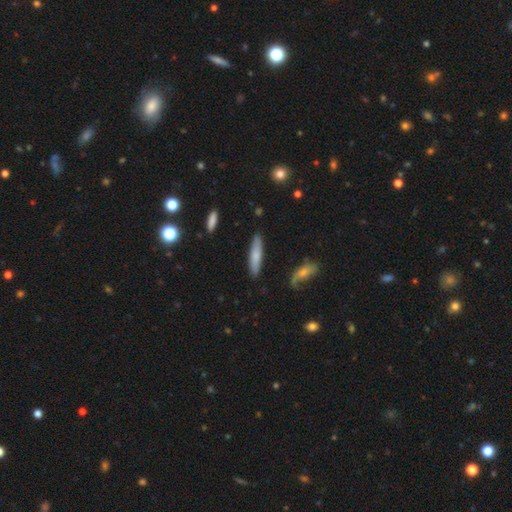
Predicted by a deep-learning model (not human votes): Smooth or featured?
  - smooth: 70% *
  - featured or disk: 24%
  - star or artifact: 6%
How rounded?
  - cigar-shaped: 82% *
  - in between: 17%
  - round: 2%
Merging?
  - none: 86% *
  - minor disturbance: 10%
  - merger: 2%
  - major disturbance: 2%